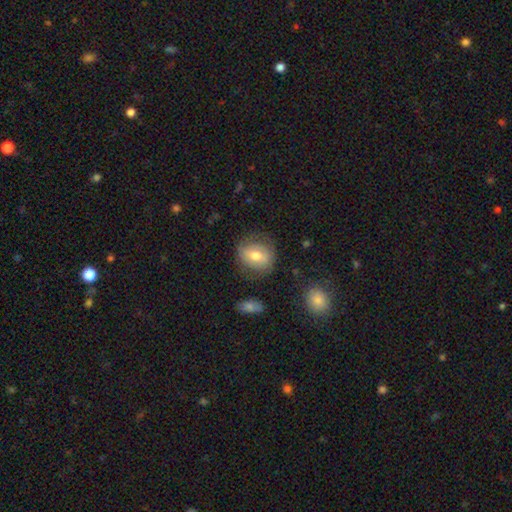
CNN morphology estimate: Smooth or featured: smooth — 63% (featured or disk — 28%)
How rounded: round — 59% (in between — 39%)
Merging: none — 72% (minor disturbance — 18%)